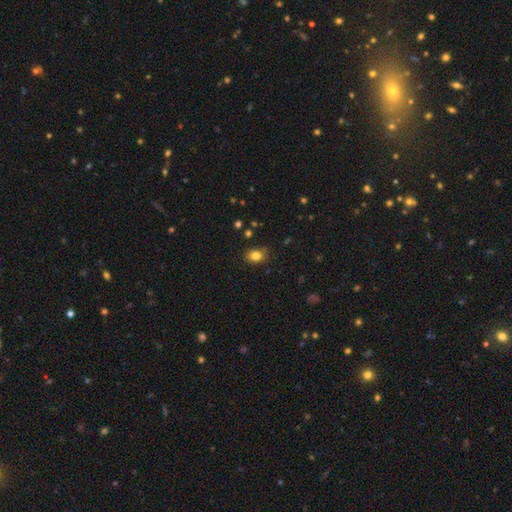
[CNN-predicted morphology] smooth_or_featured: smooth (p=0.82) [alt: star or artifact p=0.11]
how_rounded: in between (p=0.57) [alt: round p=0.42]
merging: none (p=0.83) [alt: minor disturbance p=0.12]